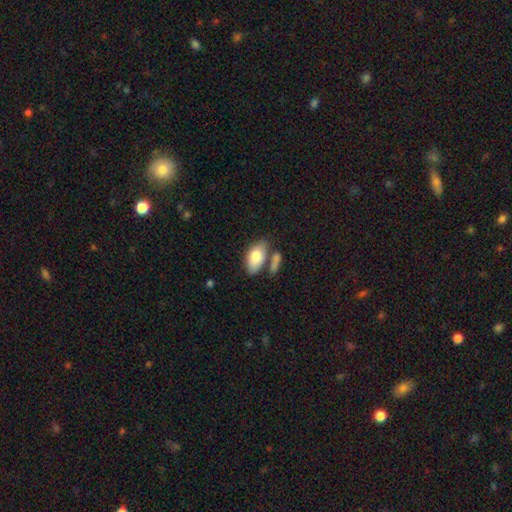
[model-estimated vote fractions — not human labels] A smooth galaxy with no disk features (80%) that is in between round and cigar-shaped (93%).

Vote fractions:
- Smooth or featured? smooth: 80% / featured or disk: 14% / star or artifact: 6%
- How rounded? in between: 93% / round: 4% / cigar-shaped: 3%
- Merging? none: 51% / merger: 25% / minor disturbance: 18% / major disturbance: 7%